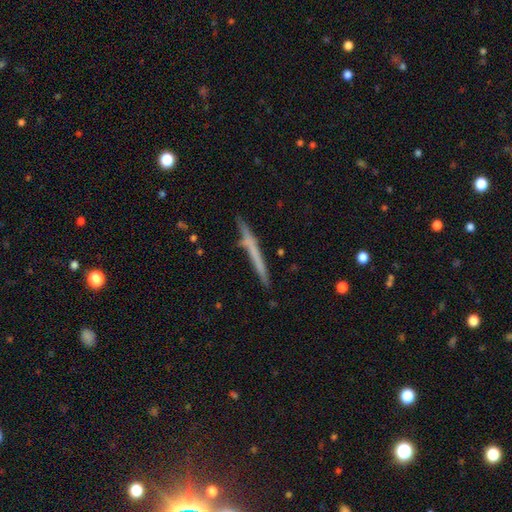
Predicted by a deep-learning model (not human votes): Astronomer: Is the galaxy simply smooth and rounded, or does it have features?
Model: smooth — 50% (runner-up: featured or disk, 43%).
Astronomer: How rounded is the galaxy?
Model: cigar-shaped — 96%.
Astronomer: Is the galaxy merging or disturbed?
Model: none — 81%.